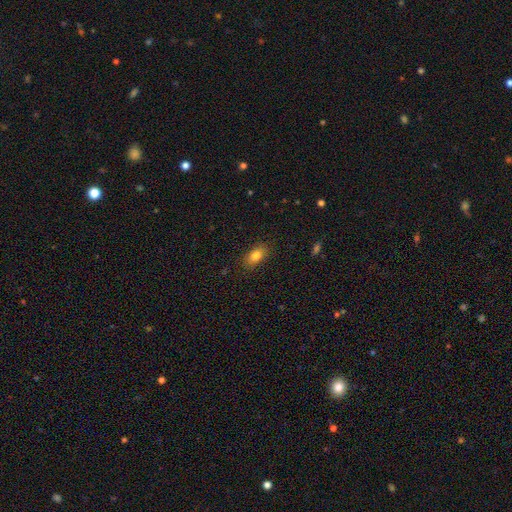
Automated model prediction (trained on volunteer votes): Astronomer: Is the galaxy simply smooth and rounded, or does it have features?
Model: smooth — 83%.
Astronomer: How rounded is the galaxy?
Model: in between — 86%.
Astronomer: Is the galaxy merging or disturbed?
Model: none — 86%.